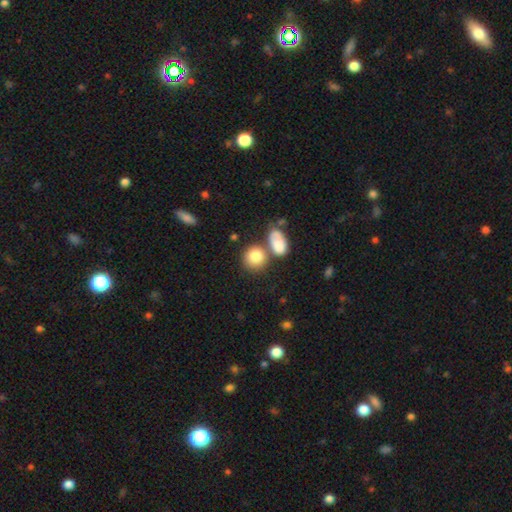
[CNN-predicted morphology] A smooth galaxy with no disk features (81%) that is round (72%). Merging: none (47%).